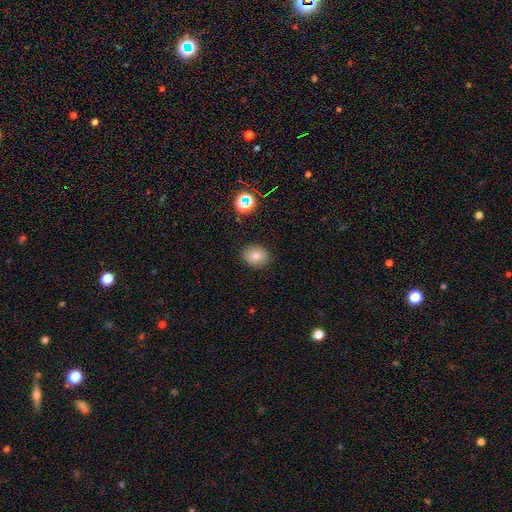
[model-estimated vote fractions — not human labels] A smooth galaxy with no disk features (77%) that is in between round and cigar-shaped (51%). Merging: none (87%).